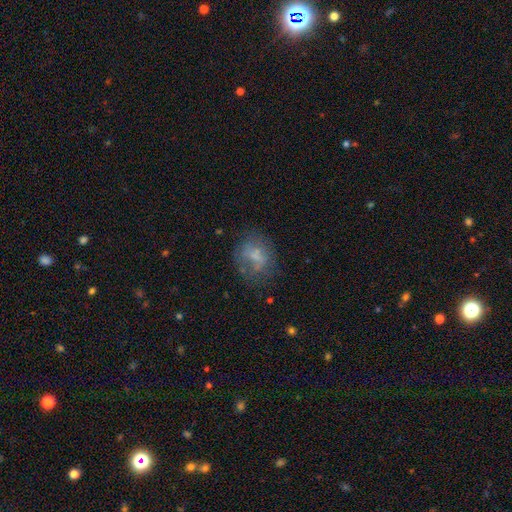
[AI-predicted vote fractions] Overall: smooth (52%; featured or disk 35%). How rounded: round (59%; in between 39%). Merging: none (51%; minor disturbance 22%).